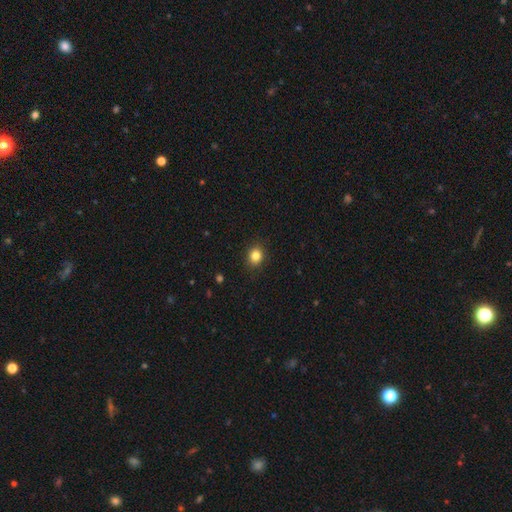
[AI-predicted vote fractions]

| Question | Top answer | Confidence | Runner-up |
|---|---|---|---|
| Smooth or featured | smooth | 84% | star or artifact (11%) |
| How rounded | round | 70% | in between (29%) |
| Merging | none | 89% | minor disturbance (8%) |